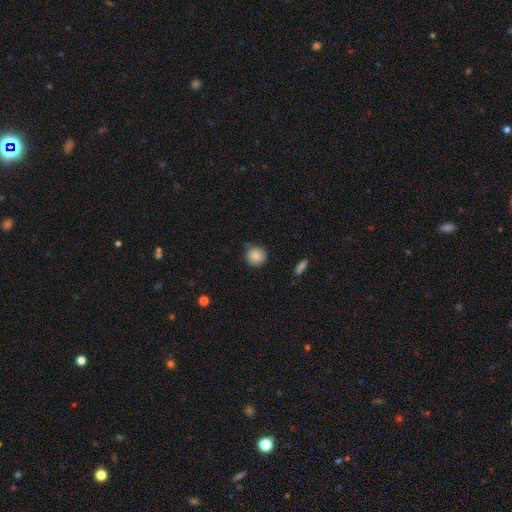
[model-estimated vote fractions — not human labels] This appears to be a smooth galaxy with no disk features (85%) that is round (93%). Merging: none (77%).